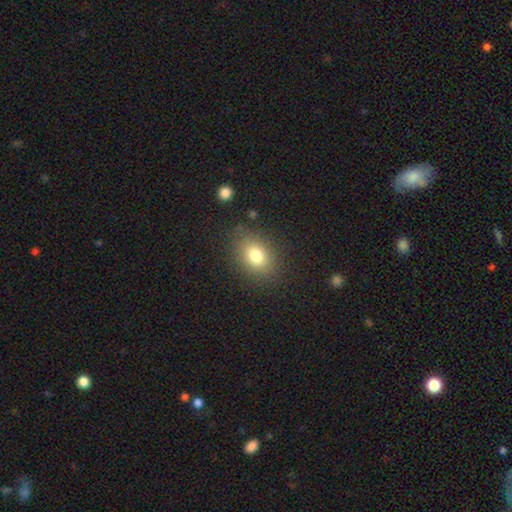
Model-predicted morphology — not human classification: smooth 78%, star or artifact 12%, featured or disk 10%. Down the decision tree: how rounded — in between (63%); merging — none (84%).